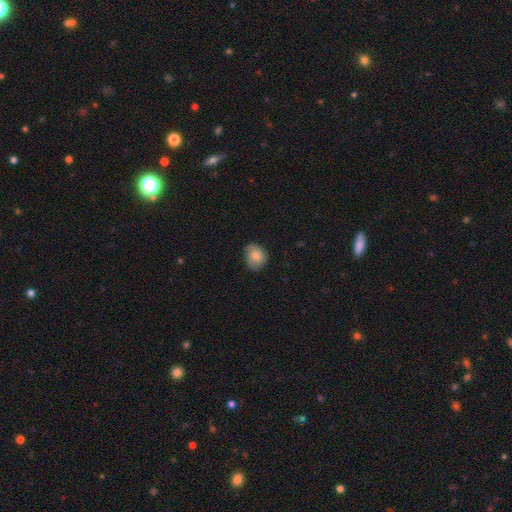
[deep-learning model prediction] Overall: smooth (75%). How rounded: round (56%; in between 43%). Merging: none (69%).